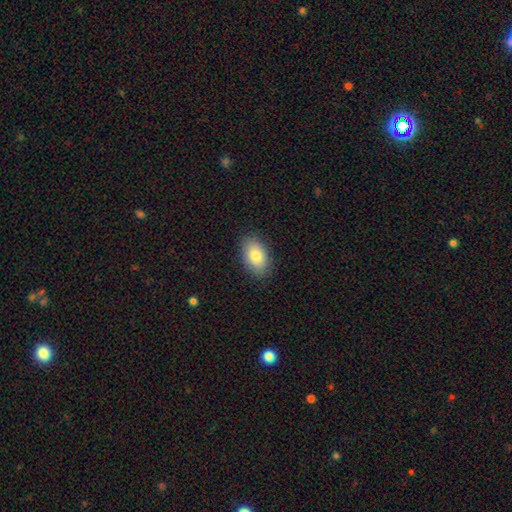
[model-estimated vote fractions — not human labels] smooth_or_featured: smooth (p=0.82) [alt: featured or disk p=0.11]
how_rounded: in between (p=0.91) [alt: round p=0.07]
merging: none (p=0.87) [alt: minor disturbance p=0.10]